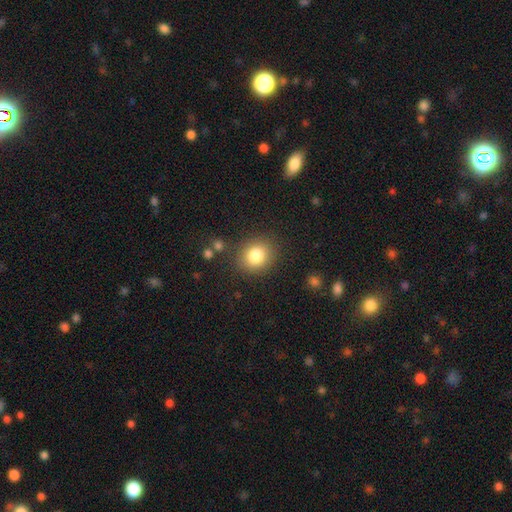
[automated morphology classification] Smooth or featured: smooth — 82% (star or artifact — 10%)
How rounded: round — 76% (in between — 23%)
Merging: none — 84% (minor disturbance — 9%)